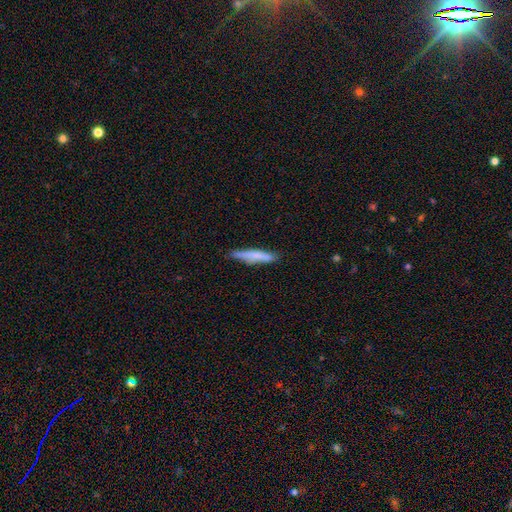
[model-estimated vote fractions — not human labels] Smooth or featured? smooth (68%)
How rounded? cigar-shaped (92%)
Merging? none (79%)